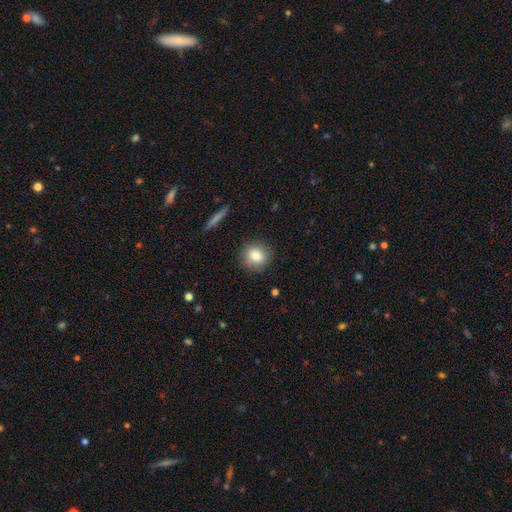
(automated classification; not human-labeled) This appears to be a smooth galaxy with no disk features (83%) that is round (86%). Merging: none (87%).